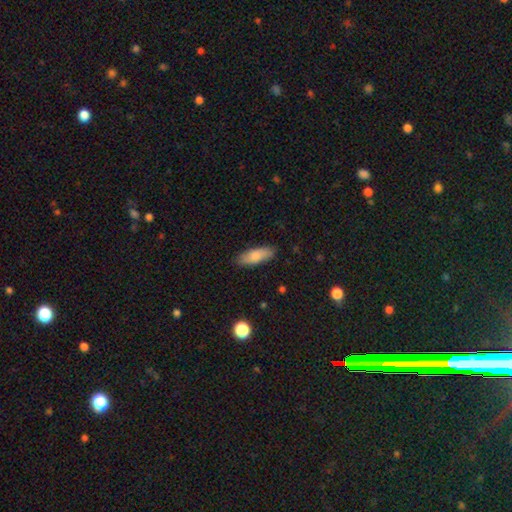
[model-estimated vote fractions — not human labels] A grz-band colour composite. It shows a smooth galaxy with no disk features (80%) that is in between round and cigar-shaped (66%). Merging: none (85%).